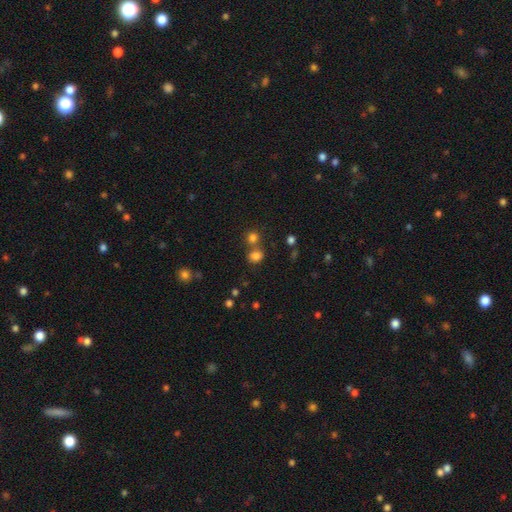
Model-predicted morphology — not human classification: Smooth or featured? Predicted: smooth (p=0.78). How rounded? Predicted: round (p=0.65). Merging? Predicted: none (p=0.56).